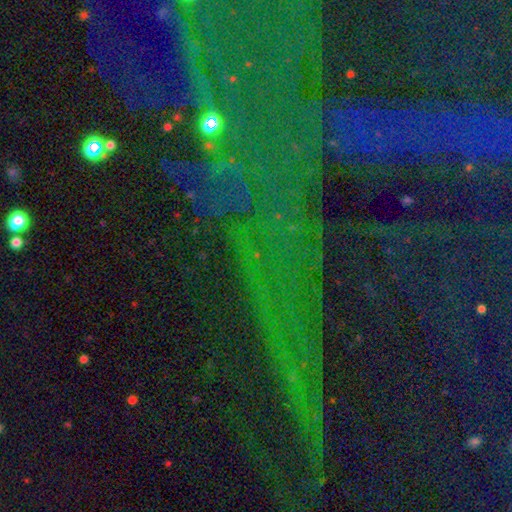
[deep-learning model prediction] Overall: star or artifact (84%).